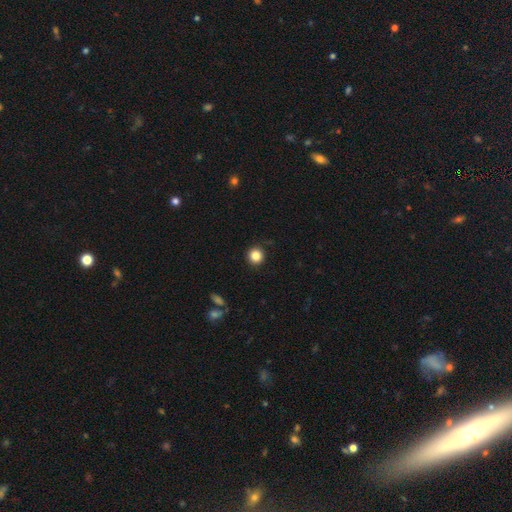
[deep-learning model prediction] smooth-or-featured: smooth: 85% | star or artifact: 11% | featured or disk: 4%
  how-rounded: round: 94% | in between: 5% | cigar-shaped: 1%
  merging: none: 91% | minor disturbance: 6% | major disturbance: 2% | merger: 1%